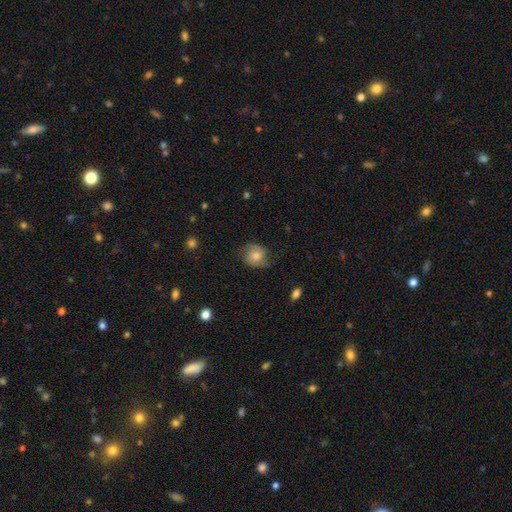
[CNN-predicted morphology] The model was most divided on "smooth or featured": smooth: 54%, featured or disk: 37%, star or artifact: 9%. More confident: how rounded — round (71%); merging — none (63%).